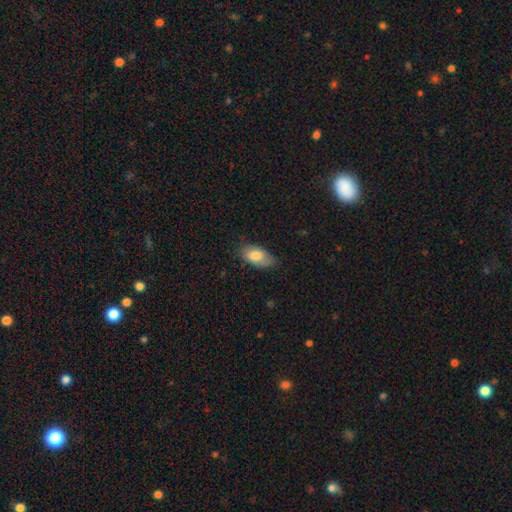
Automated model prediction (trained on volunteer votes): This is likely a smooth galaxy (76%). How rounded: clearly in between (93%). Merging: likely none (67%).